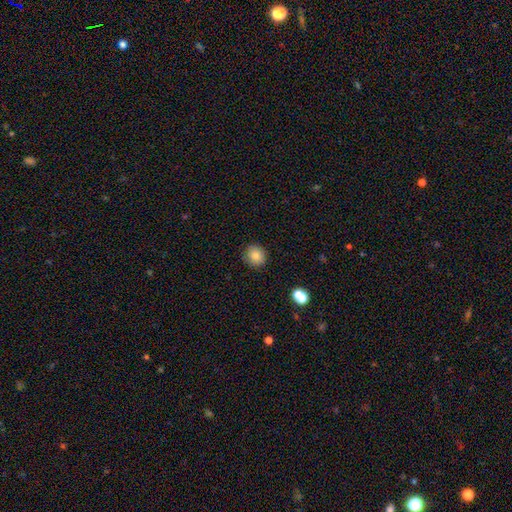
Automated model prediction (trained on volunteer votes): This appears to be a smooth galaxy with no disk features (83%) that is round (87%). Merging: none (90%).